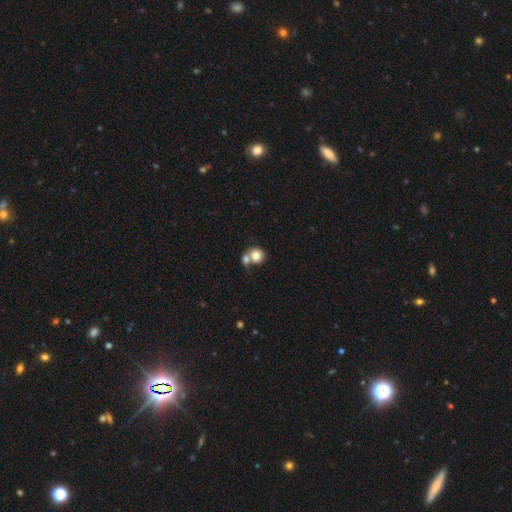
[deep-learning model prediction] Overall: smooth (80%). How rounded: round (79%). Merging: merger (55%; none 33%).